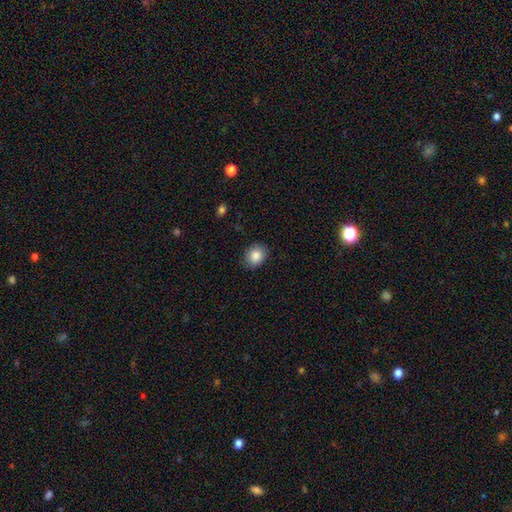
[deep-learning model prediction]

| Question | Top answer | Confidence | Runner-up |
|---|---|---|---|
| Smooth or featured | smooth | 87% | star or artifact (8%) |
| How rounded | round | 59% | in between (40%) |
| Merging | none | 86% | minor disturbance (11%) |